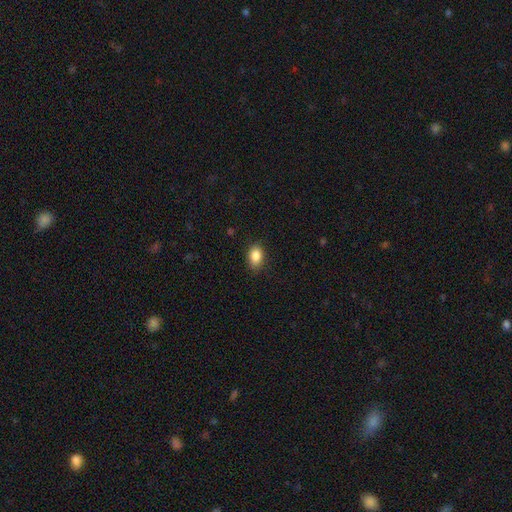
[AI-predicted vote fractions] Smooth or featured?
  - smooth: 87% *
  - star or artifact: 8%
  - featured or disk: 5%
How rounded?
  - in between: 85% *
  - round: 14%
  - cigar-shaped: 2%
Merging?
  - none: 84% *
  - minor disturbance: 12%
  - major disturbance: 3%
  - merger: 1%